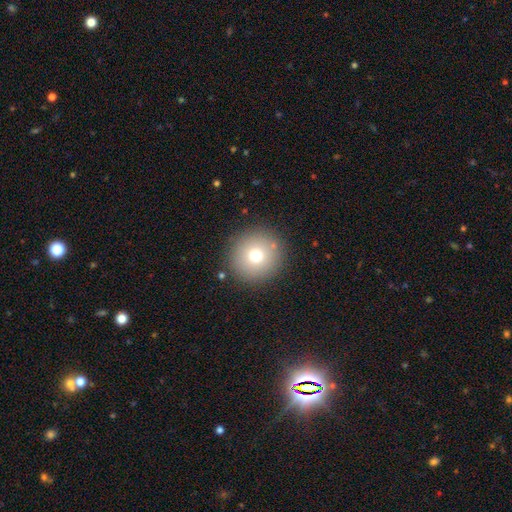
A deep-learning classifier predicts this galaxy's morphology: Smooth or featured?
  - smooth: 73% *
  - star or artifact: 14%
  - featured or disk: 13%
How rounded?
  - round: 96% *
  - in between: 3%
  - cigar-shaped: 1%
Merging?
  - none: 89% *
  - minor disturbance: 6%
  - major disturbance: 3%
  - merger: 2%